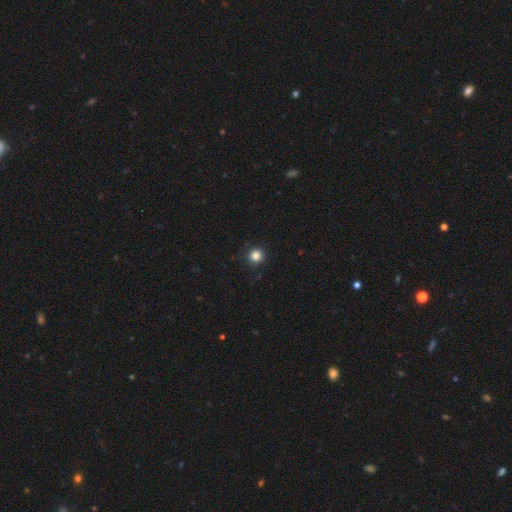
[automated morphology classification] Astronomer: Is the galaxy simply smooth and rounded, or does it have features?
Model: smooth — 84%.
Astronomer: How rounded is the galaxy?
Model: round — 94%.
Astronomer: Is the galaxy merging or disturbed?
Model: none — 92%.